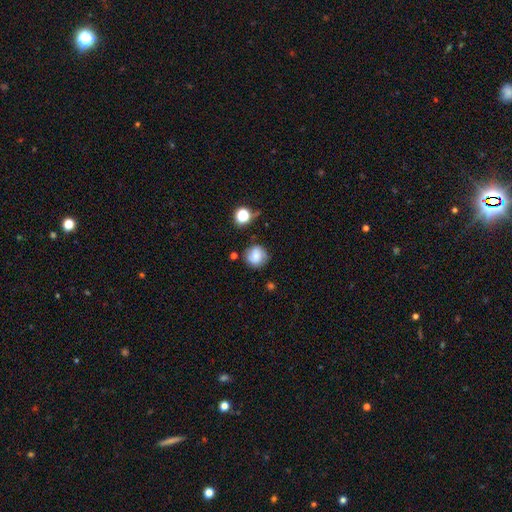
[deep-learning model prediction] Overall: smooth (62%; featured or disk 26%). How rounded: round (86%). Merging: none (73%).